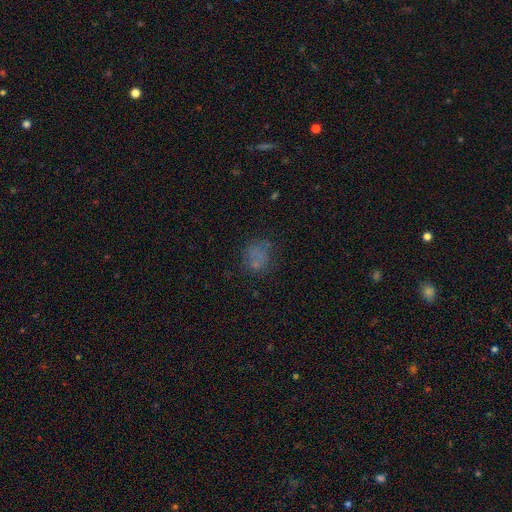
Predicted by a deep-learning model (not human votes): This appears to be a smooth galaxy with no disk features (56%) that is round (67%). Merging: none (64%).